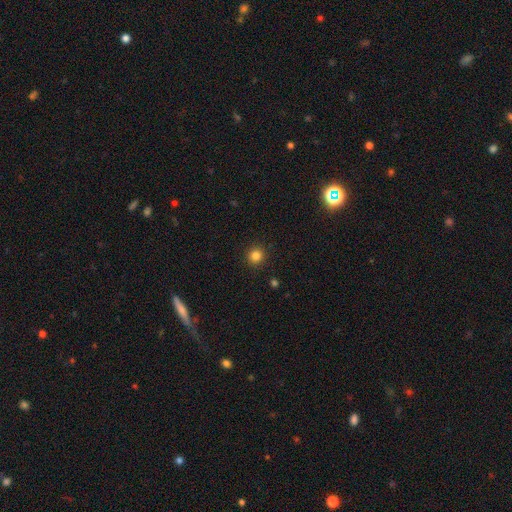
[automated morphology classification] type=smooth (83%); roundness=round (93%); merging=none (92%).